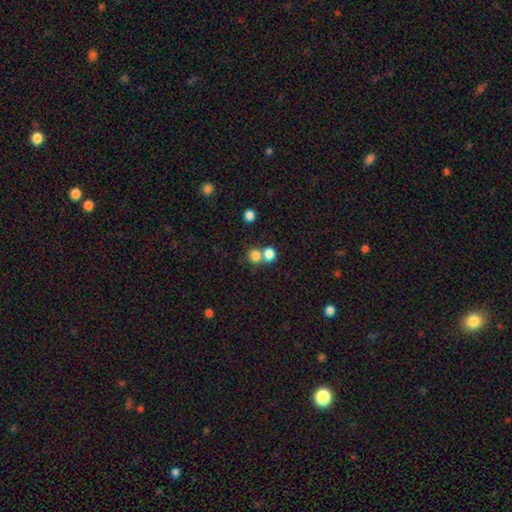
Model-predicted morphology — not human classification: Q: Smooth or featured?
A: smooth (80%); runner-up: star or artifact (12%)
Q: How rounded?
A: round (82%); runner-up: in between (17%)
Q: Merging?
A: none (48%); runner-up: merger (43%)